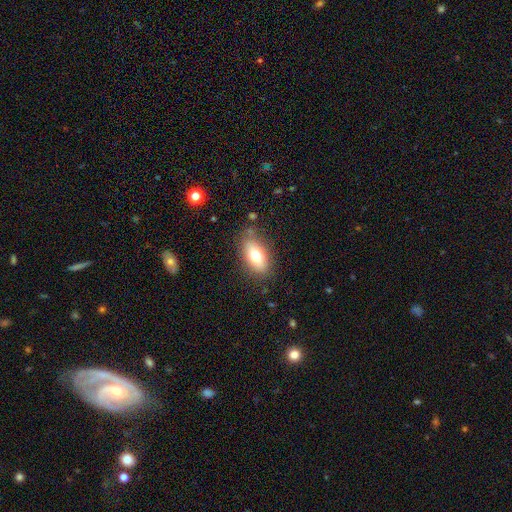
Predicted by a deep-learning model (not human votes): A smooth galaxy with no disk features (73%) that is in between round and cigar-shaped (88%).

Vote fractions:
- Smooth or featured? smooth: 73% / featured or disk: 19% / star or artifact: 8%
- How rounded? in between: 88% / cigar-shaped: 7% / round: 5%
- Merging? none: 79% / minor disturbance: 15% / major disturbance: 4% / merger: 2%